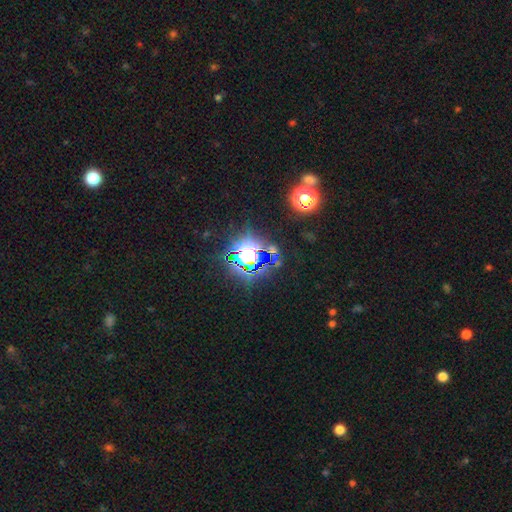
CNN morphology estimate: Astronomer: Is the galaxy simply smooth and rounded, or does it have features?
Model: star or artifact — 73%.